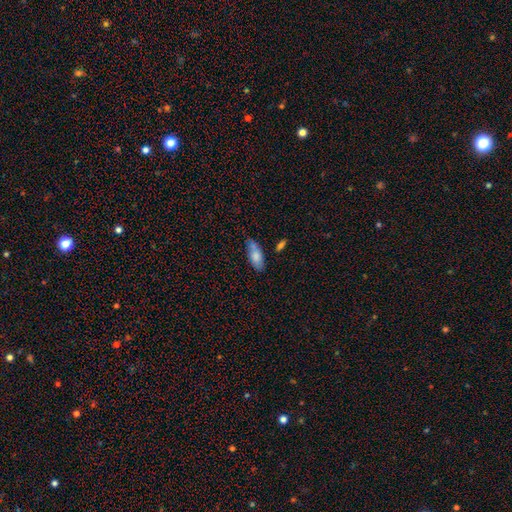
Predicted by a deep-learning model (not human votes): Smooth or featured? smooth (78%)
How rounded? in between (80%)
Merging? none (61%)